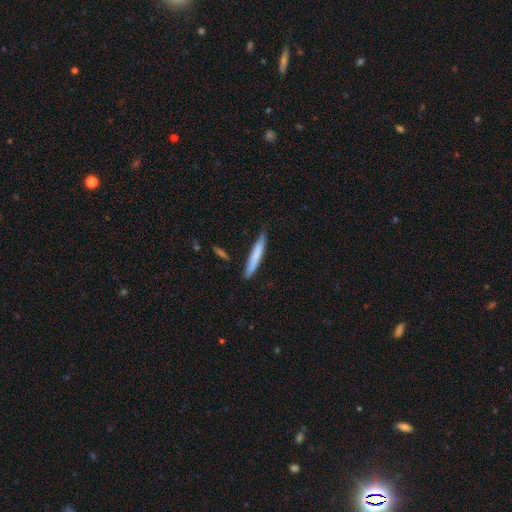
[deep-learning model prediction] Overall: smooth (73%). How rounded: cigar-shaped (94%). Merging: none (80%).